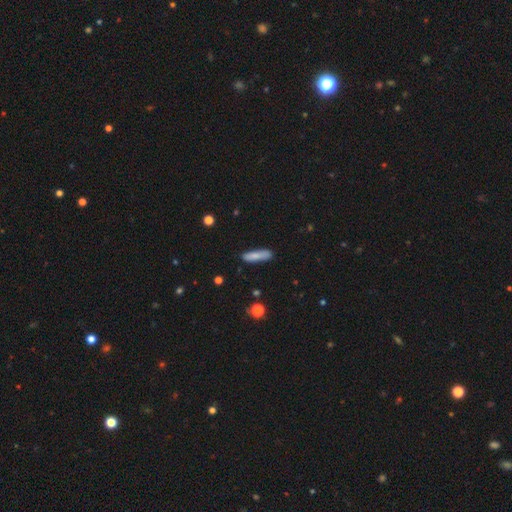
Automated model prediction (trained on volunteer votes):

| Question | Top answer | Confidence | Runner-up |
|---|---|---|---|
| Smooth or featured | smooth | 80% | featured or disk (13%) |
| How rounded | cigar-shaped | 77% | in between (21%) |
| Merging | none | 81% | minor disturbance (14%) |